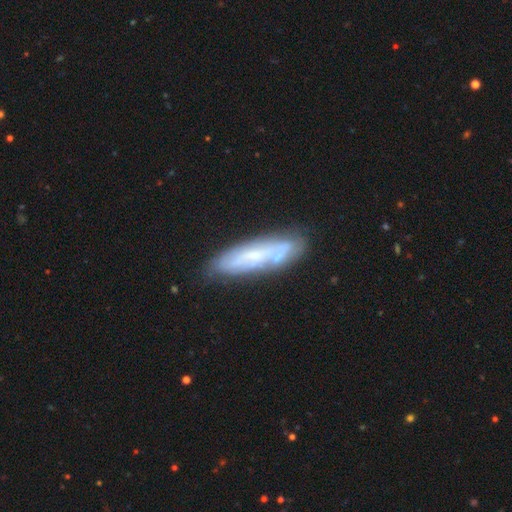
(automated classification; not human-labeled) Smooth or featured: featured or disk — 57% (smooth — 35%)
Edge-on disk: no — 64% (yes — 36%)
Merging: none — 73% (minor disturbance — 17%)